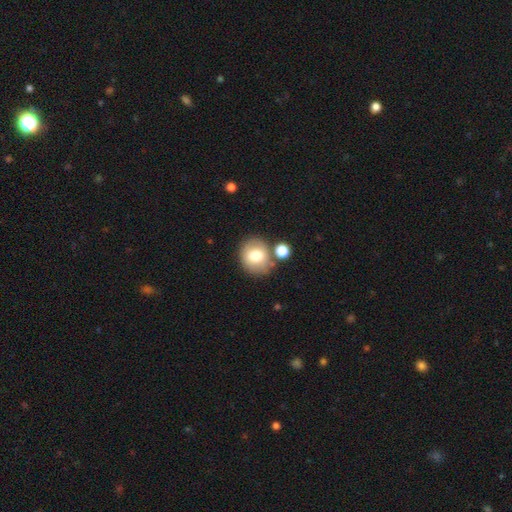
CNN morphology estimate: Q: Smooth or featured?
A: smooth (74%); runner-up: featured or disk (17%)
Q: How rounded?
A: round (74%); runner-up: in between (25%)
Q: Merging?
A: none (71%); runner-up: minor disturbance (13%)